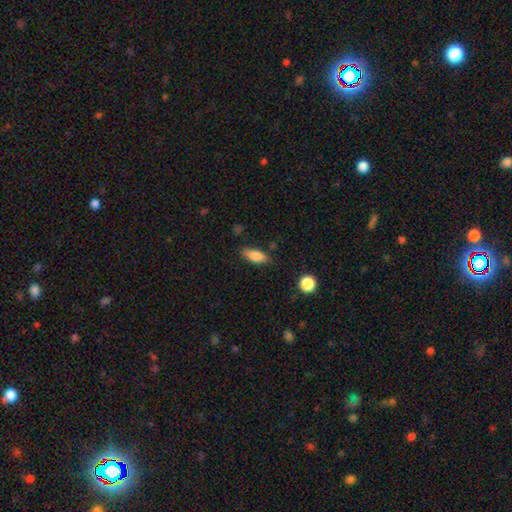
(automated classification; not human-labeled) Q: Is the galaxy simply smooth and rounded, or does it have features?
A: smooth — 84%.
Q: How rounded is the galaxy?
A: in between — 79%.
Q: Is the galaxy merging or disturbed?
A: none — 77%.